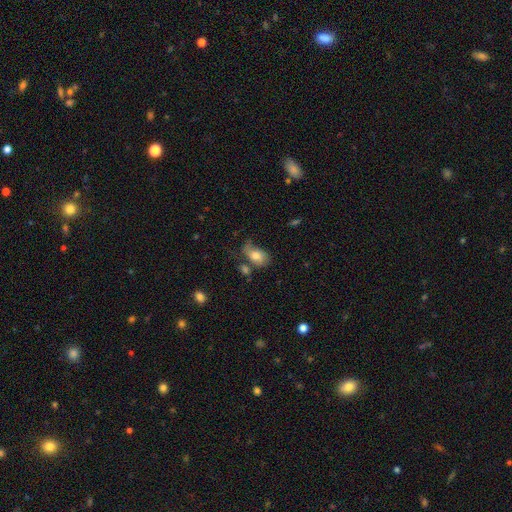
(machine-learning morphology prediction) Smooth or featured? smooth (65%)
How rounded? in between (85%)
Merging? none (33%)